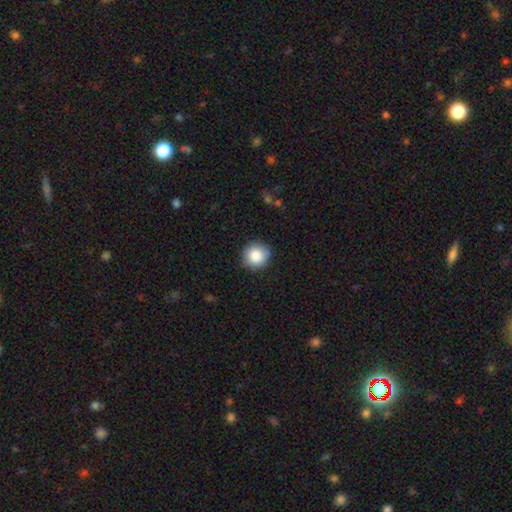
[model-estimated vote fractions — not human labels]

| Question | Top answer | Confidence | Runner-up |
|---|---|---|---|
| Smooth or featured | smooth | 87% | star or artifact (8%) |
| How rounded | round | 93% | in between (6%) |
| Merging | none | 89% | minor disturbance (8%) |